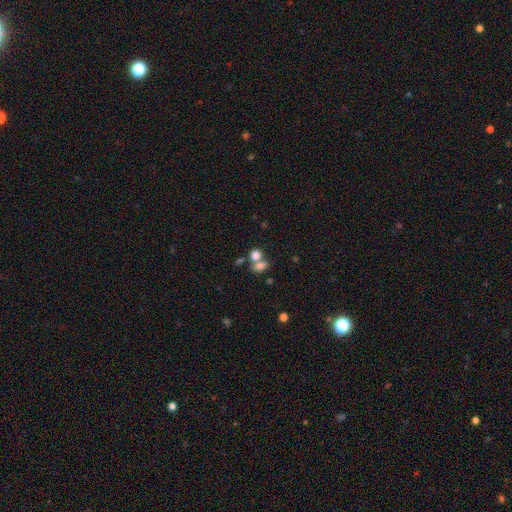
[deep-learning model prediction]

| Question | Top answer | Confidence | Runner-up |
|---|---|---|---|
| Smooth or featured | smooth | 78% | star or artifact (12%) |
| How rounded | in between | 54% | round (44%) |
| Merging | merger | 49% | none (38%) |